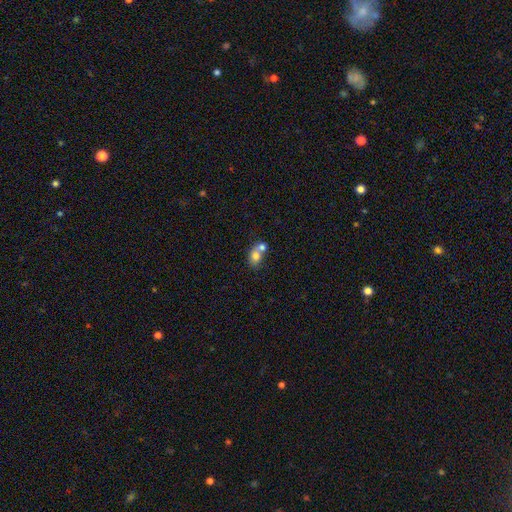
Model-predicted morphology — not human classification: Smooth or featured? smooth (73%)
How rounded? in between (52%)
Merging? merger (69%)